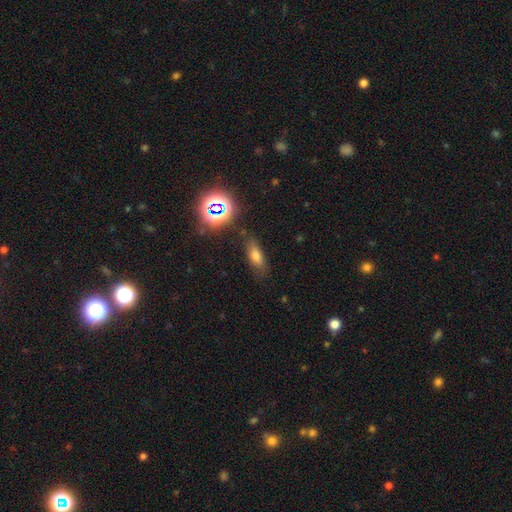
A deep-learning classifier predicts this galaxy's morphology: Overall: smooth (68%). How rounded: in between (69%). Merging: none (77%).